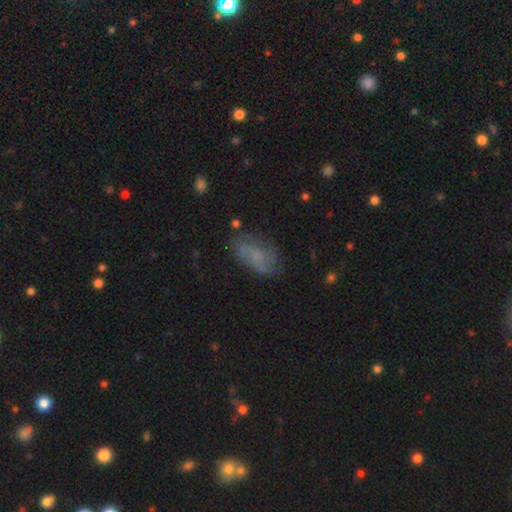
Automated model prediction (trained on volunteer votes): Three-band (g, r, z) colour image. It shows a smooth galaxy with no disk features (48%). Merging: none (61%).